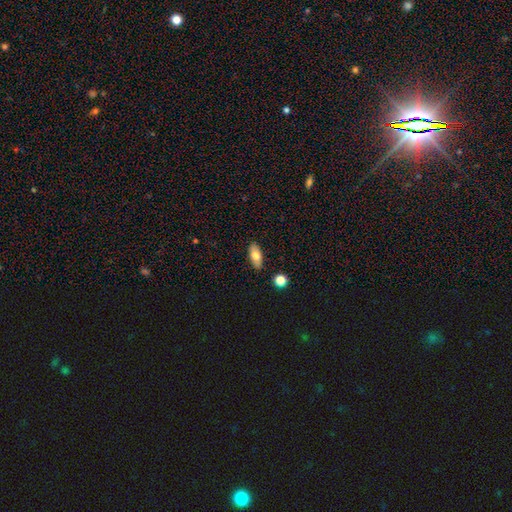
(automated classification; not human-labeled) A smooth galaxy with no disk features (73%) that is in between round and cigar-shaped (82%).

Vote fractions:
- Smooth or featured? smooth: 73% / featured or disk: 20% / star or artifact: 7%
- How rounded? in between: 82% / cigar-shaped: 15% / round: 4%
- Merging? none: 85% / minor disturbance: 10% / merger: 2% / major disturbance: 2%